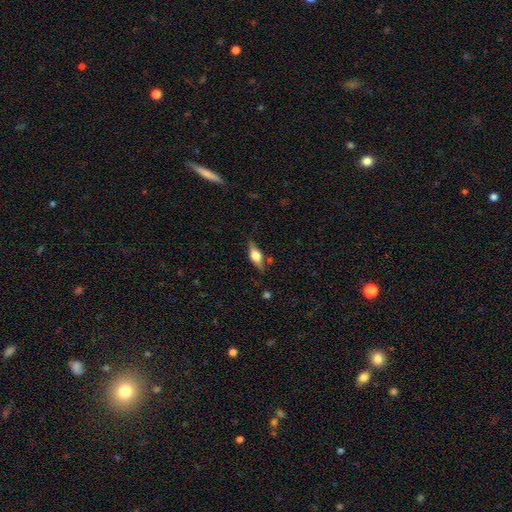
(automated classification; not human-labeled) Smooth or featured? Predicted: featured or disk (p=0.53). Edge-on disk? Predicted: yes (p=0.92). Merging? Predicted: none (p=0.79).